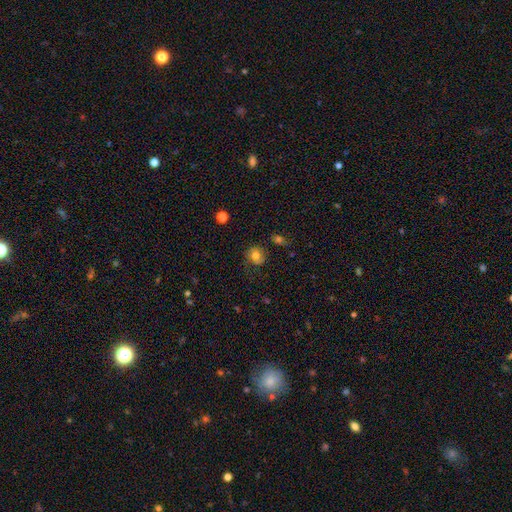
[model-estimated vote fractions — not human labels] smooth_or_featured: smooth (p=0.68) [alt: featured or disk p=0.21]
how_rounded: round (p=0.78) [alt: in between p=0.21]
merging: none (p=0.64) [alt: minor disturbance p=0.22]